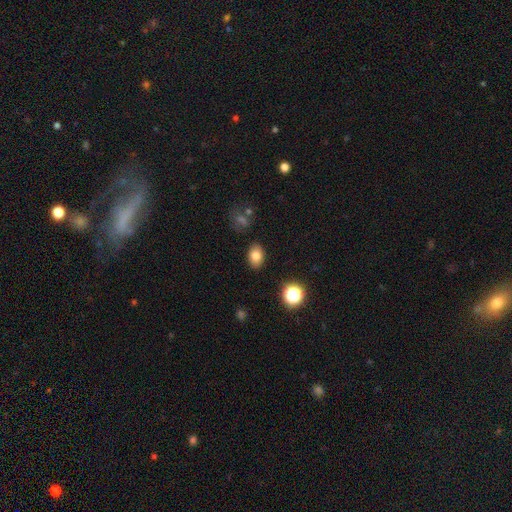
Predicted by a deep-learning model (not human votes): This is clearly a smooth galaxy (80%). How rounded: likely in between (79%). Merging: clearly none (86%).